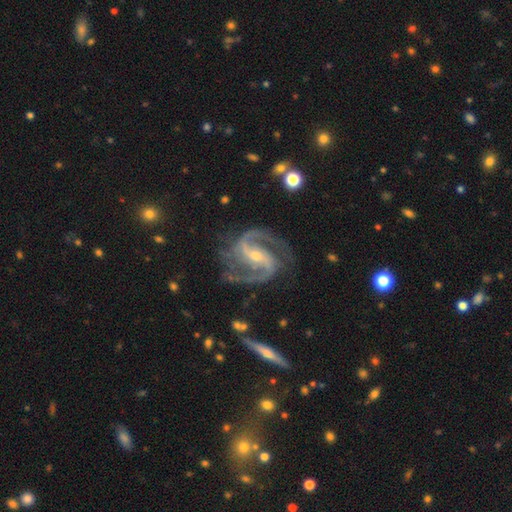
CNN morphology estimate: A featured or disk galaxy (94%) with a strong bar (49%), 2 (91%) medium (64%) spiral arms (99%) and a small central bulge (60%). Merging: none (79%).